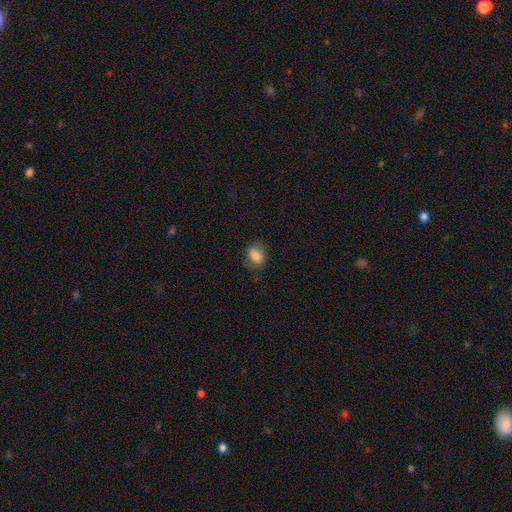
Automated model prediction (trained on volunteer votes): Smooth or featured: smooth — 77% (featured or disk — 14%)
How rounded: in between — 63% (round — 36%)
Merging: none — 70% (minor disturbance — 21%)